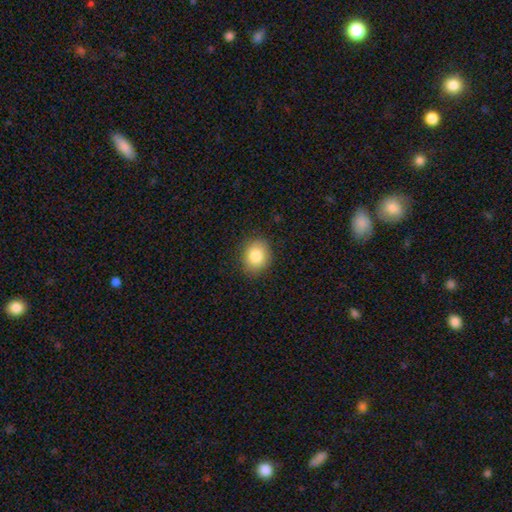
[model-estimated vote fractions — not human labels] Smooth or featured? Predicted: smooth (p=0.85). How rounded? Predicted: round (p=0.54). Merging? Predicted: none (p=0.86).